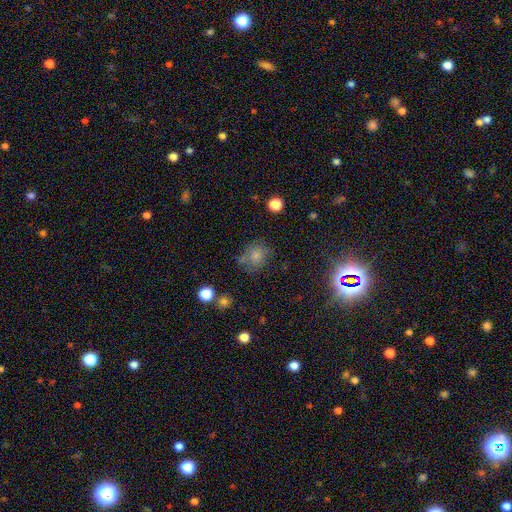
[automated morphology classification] Smooth or featured? smooth (75%)
How rounded? round (71%)
Merging? none (62%)